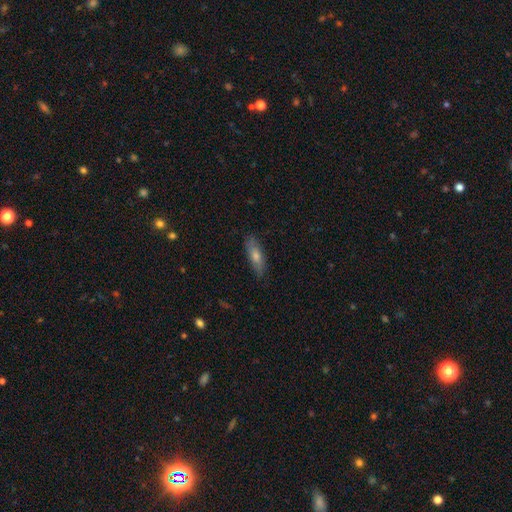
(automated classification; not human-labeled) A smooth galaxy with no disk features (58%) that is cigar-shaped (63%).

Vote fractions:
- Smooth or featured? smooth: 58% / featured or disk: 34% / star or artifact: 8%
- How rounded? cigar-shaped: 63% / in between: 35% / round: 3%
- Merging? none: 84% / minor disturbance: 12% / major disturbance: 2% / merger: 1%